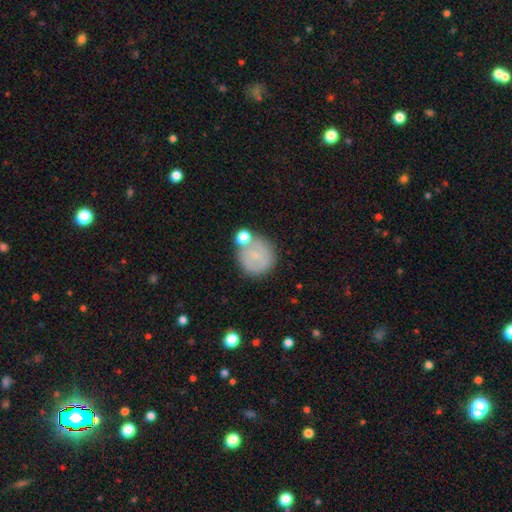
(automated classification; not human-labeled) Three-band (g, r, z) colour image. It shows a smooth galaxy with no disk features (66%) that is round (90%). Merging: none (62%).